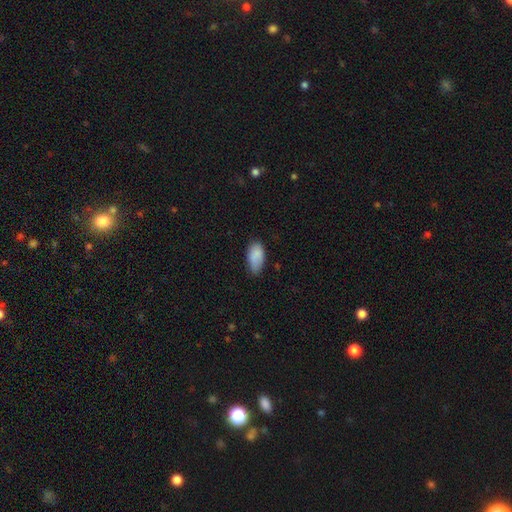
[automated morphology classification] This is clearly a smooth galaxy (87%). How rounded: clearly in between (93%). Merging: likely none (64%).